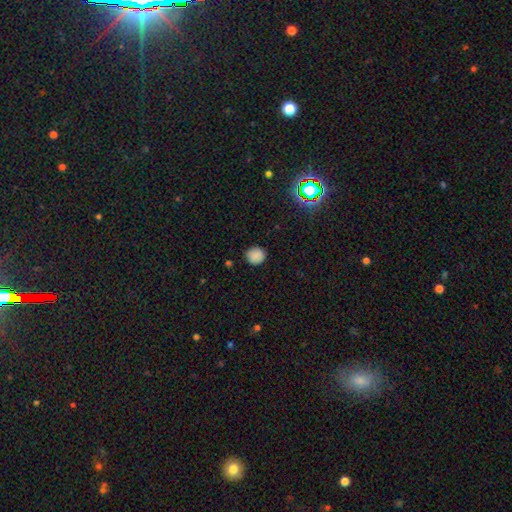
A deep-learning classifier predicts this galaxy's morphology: type=smooth (84%); roundness=round (86%); merging=none (86%).